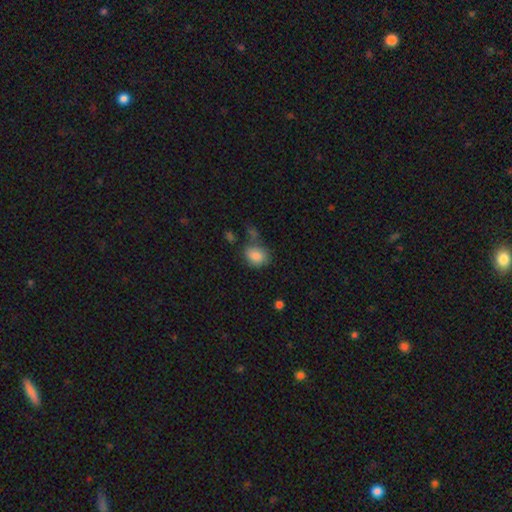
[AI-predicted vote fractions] Smooth or featured?
  - smooth: 84% *
  - star or artifact: 8%
  - featured or disk: 8%
How rounded?
  - in between: 61% *
  - round: 38%
  - cigar-shaped: 1%
Merging?
  - none: 58% *
  - minor disturbance: 22%
  - merger: 12%
  - major disturbance: 8%